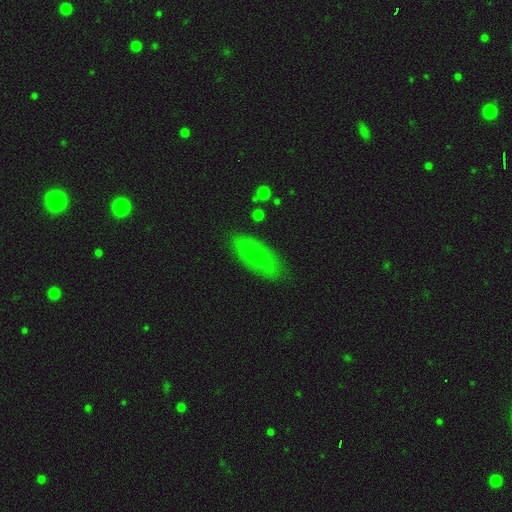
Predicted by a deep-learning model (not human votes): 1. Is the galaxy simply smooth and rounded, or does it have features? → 60% featured or disk, 32% smooth, 8% star or artifact.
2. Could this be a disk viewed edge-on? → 85% no, 15% yes.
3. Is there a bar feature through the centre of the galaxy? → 44% weak, 39% no, 17% strong.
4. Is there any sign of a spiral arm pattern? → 77% yes, 23% no.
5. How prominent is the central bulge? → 62% small, 32% moderate, 4% none, 2% large, 1% dominant.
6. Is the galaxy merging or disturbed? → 82% none, 13% minor disturbance, 3% major disturbance, 2% merger.